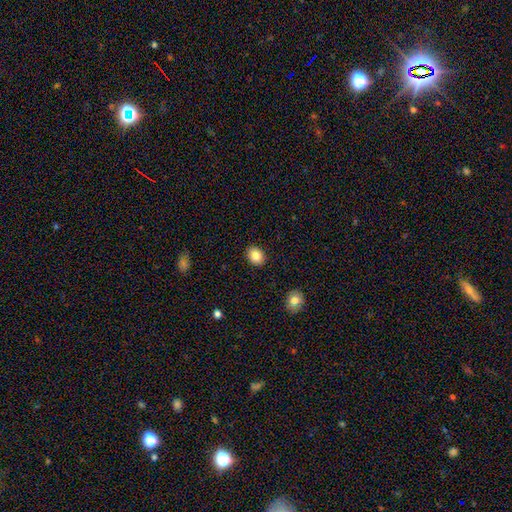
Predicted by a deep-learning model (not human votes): The model was most divided on "how rounded": round: 50%, in between: 49%, cigar-shaped: 1%. More confident: merging — none (90%); smooth or featured — smooth (85%).